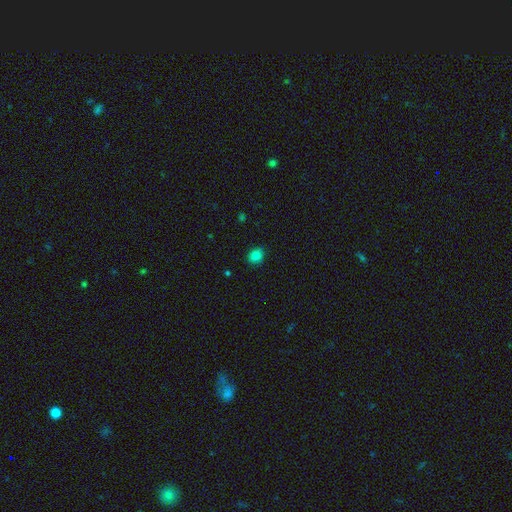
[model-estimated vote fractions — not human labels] Morphology: type=smooth (83%); roundness=round (55%); merging=none (85%).